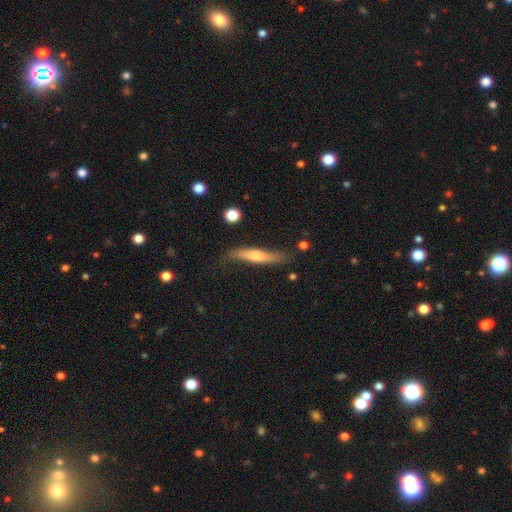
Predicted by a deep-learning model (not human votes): The model was most divided on "smooth or featured": smooth: 53%, featured or disk: 41%, star or artifact: 6%. More confident: how rounded — cigar-shaped (85%); merging — none (66%).